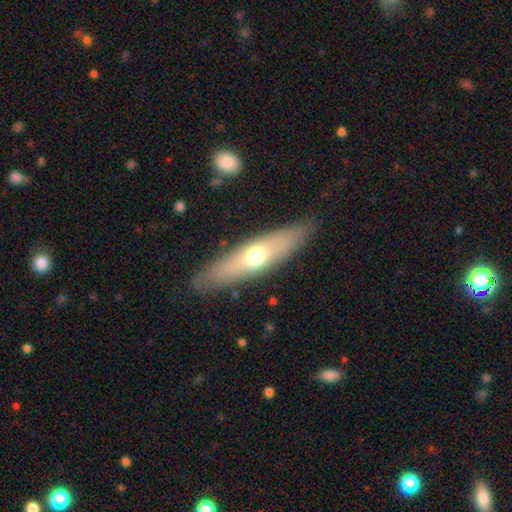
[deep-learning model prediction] This appears to be a smooth galaxy with no disk features (54%) that is cigar-shaped (64%). Merging: none (86%).